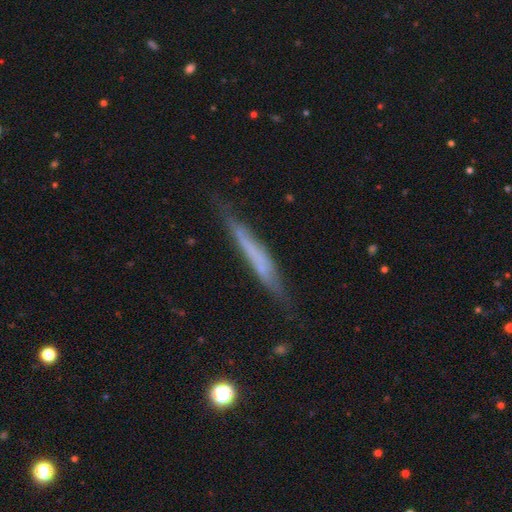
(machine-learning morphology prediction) Smooth or featured? featured or disk (50%)
Edge-on disk? yes (93%)
Merging? none (77%)